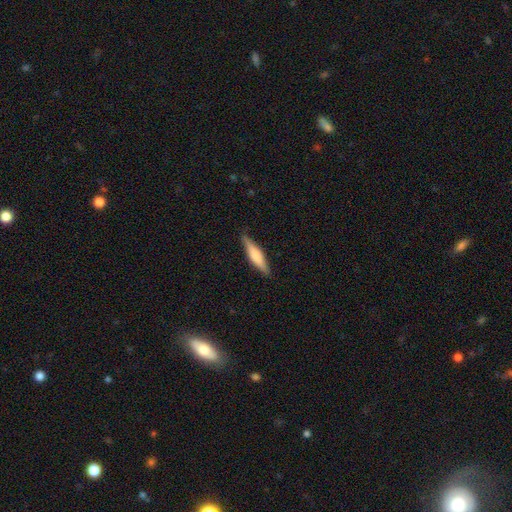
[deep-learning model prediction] smooth 55%, featured or disk 39%, star or artifact 6%. Down the decision tree: how rounded — cigar-shaped (82%); merging — none (87%).